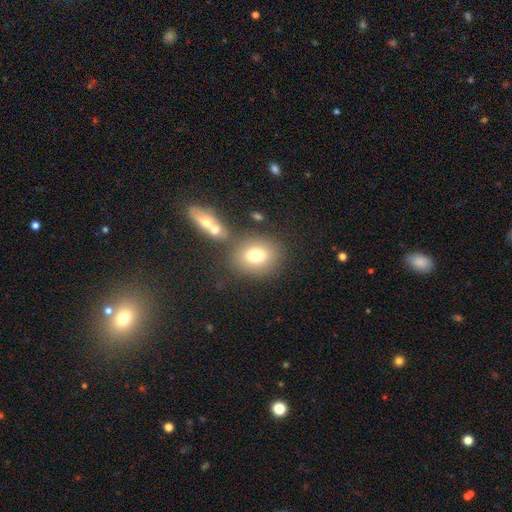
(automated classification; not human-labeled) This appears to be a smooth galaxy with no disk features (75%) that is round (58%). Merging: none (69%).